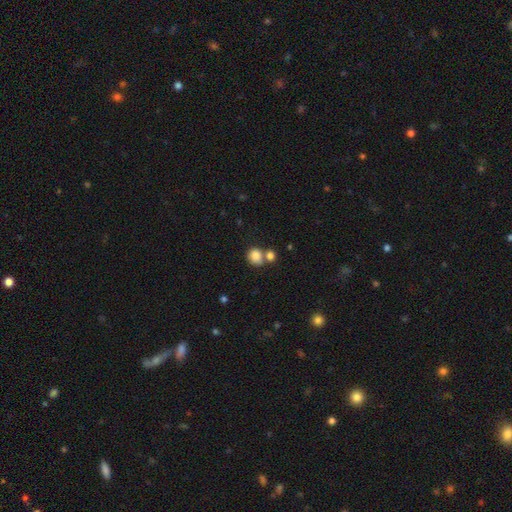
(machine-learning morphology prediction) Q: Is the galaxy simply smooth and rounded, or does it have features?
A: smooth — 83%.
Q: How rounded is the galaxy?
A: round — 75%.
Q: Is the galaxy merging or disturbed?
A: none — 46%.